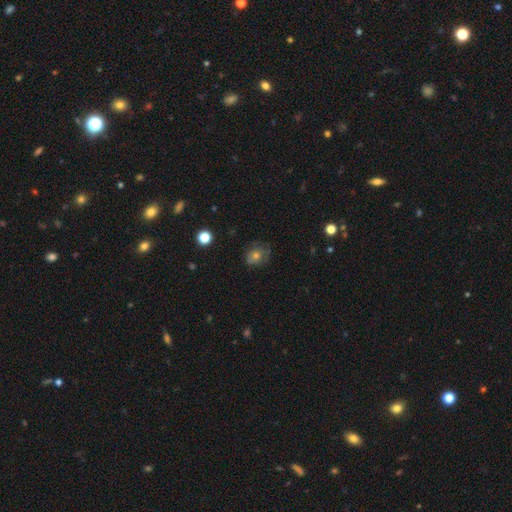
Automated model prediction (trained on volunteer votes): Morphology: type=smooth (61%); roundness=round (65%); merging=none (68%).